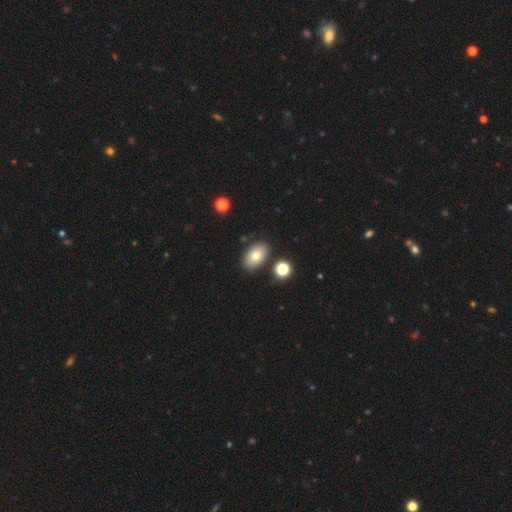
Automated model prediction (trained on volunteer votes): This is likely a smooth galaxy (77%). How rounded: clearly in between (89%). Merging: clearly none (84%).